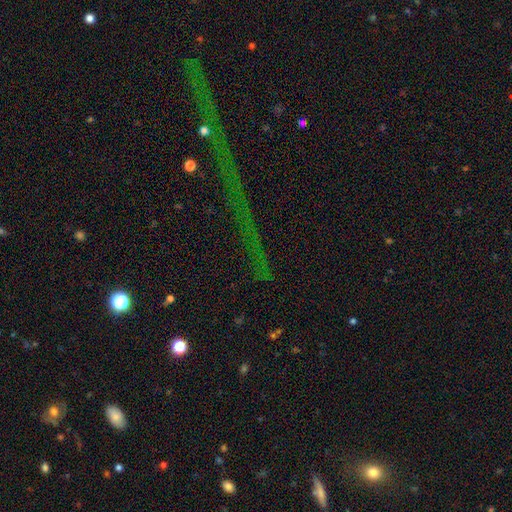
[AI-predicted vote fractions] smooth-or-featured: star or artifact: 75% | smooth: 13% | featured or disk: 12%